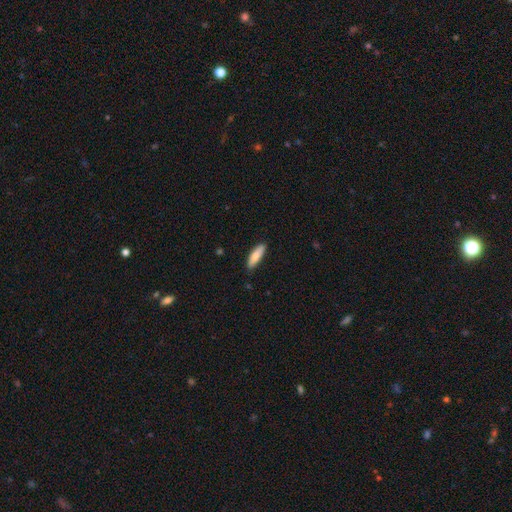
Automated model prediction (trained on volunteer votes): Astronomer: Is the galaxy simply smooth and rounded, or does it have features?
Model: smooth — 85%.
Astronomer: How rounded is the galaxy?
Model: cigar-shaped — 61% (runner-up: in between, 38%).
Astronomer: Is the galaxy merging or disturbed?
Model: none — 85%.